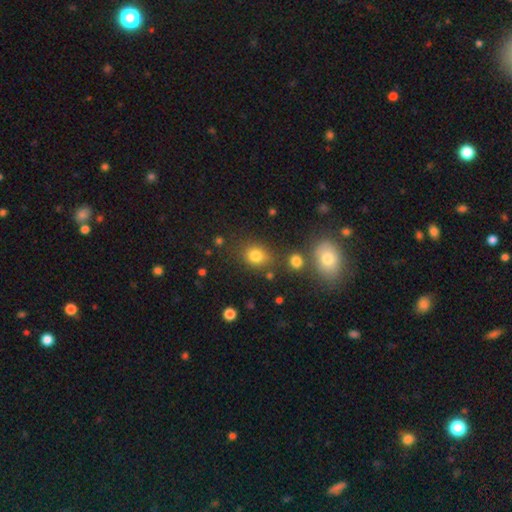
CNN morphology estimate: This is likely a smooth galaxy (78%). How rounded: likely round (62%). Merging: likely none (74%).